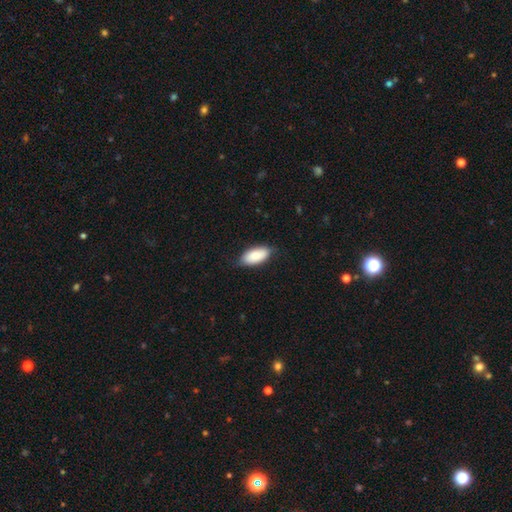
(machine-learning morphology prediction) A smooth galaxy with no disk features (86%) that is in between round and cigar-shaped (92%).

Vote fractions:
- Smooth or featured? smooth: 86% / featured or disk: 8% / star or artifact: 6%
- How rounded? in between: 92% / cigar-shaped: 6% / round: 2%
- Merging? none: 78% / minor disturbance: 18% / major disturbance: 3% / merger: 1%